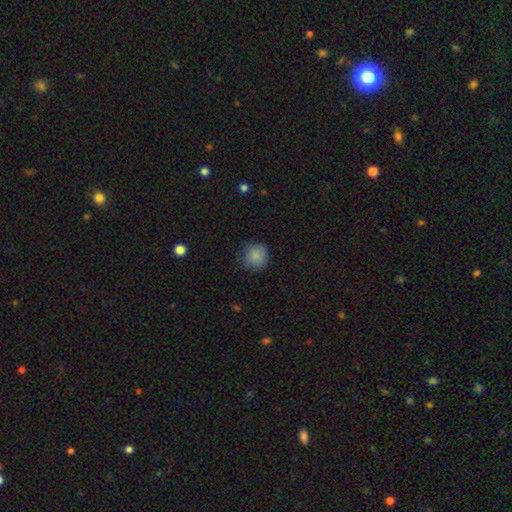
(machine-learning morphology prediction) Q: Smooth or featured?
A: smooth (85%); runner-up: star or artifact (9%)
Q: How rounded?
A: round (87%); runner-up: in between (12%)
Q: Merging?
A: none (77%); runner-up: minor disturbance (17%)